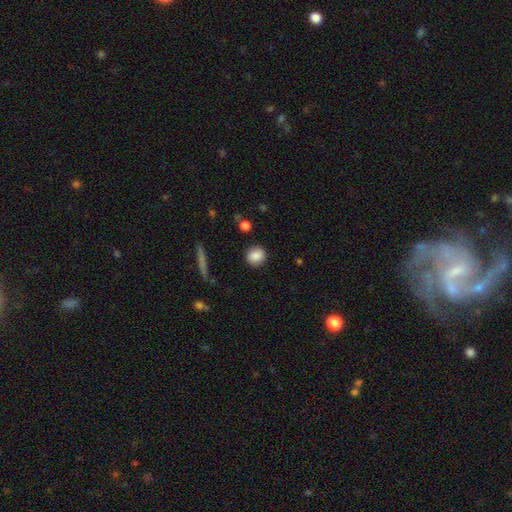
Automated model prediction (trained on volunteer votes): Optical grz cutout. It shows a smooth galaxy with no disk features (87%) that is round (84%). Merging: none (89%).